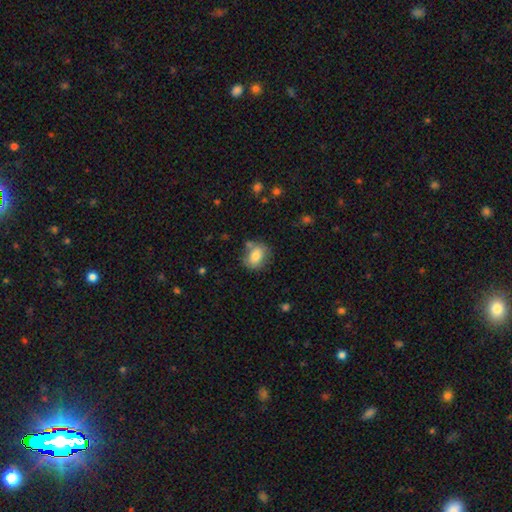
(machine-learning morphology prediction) Smooth or featured? Predicted: smooth (p=0.77). How rounded? Predicted: in between (p=0.56). Merging? Predicted: none (p=0.68).